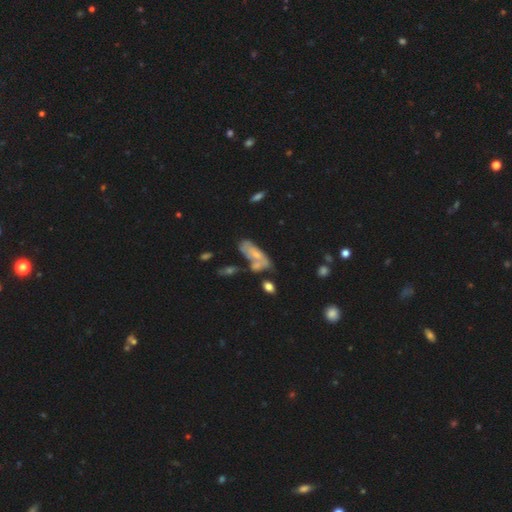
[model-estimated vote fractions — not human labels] Smooth or featured: featured or disk — 50% (smooth — 41%)
Merging: none — 41% (merger — 27%)